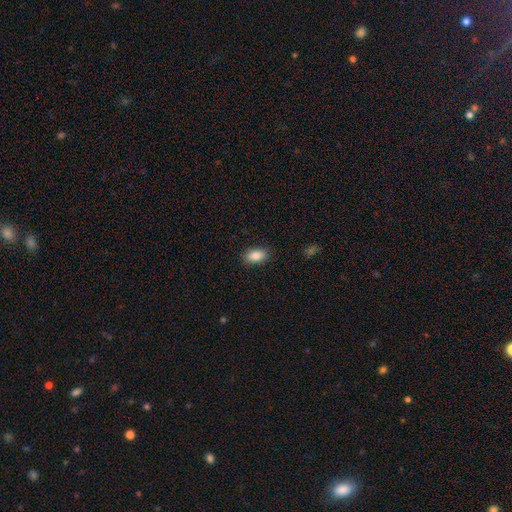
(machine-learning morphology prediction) smooth_or_featured: smooth (p=0.87) [alt: star or artifact p=0.07]
how_rounded: in between (p=0.91) [alt: round p=0.06]
merging: none (p=0.87) [alt: minor disturbance p=0.09]